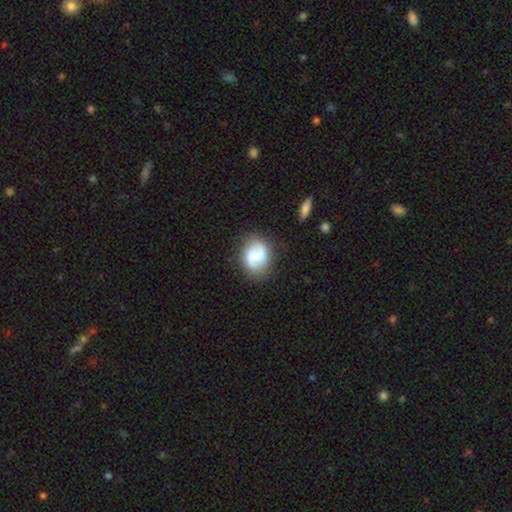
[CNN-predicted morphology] Smooth or featured? smooth (52%)
How rounded? round (53%)
Merging? none (75%)